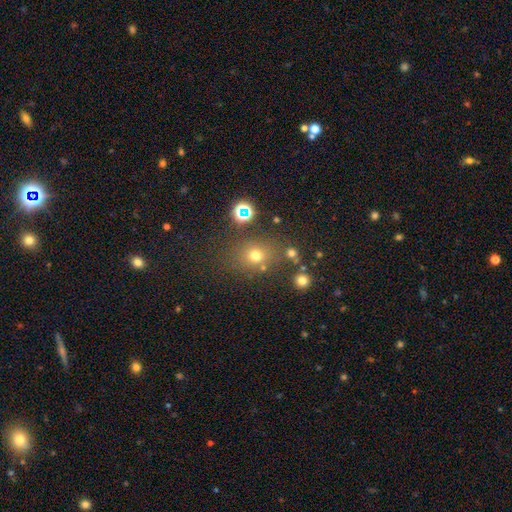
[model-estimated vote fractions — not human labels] smooth 69%, star or artifact 23%, featured or disk 9%. Down the decision tree: how rounded — round (69%); merging — none (73%).